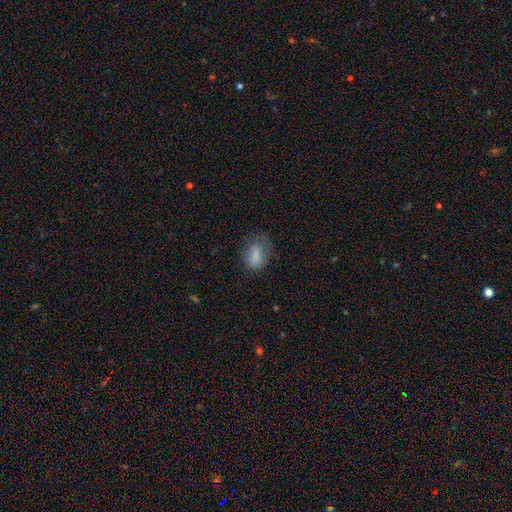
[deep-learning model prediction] A smooth galaxy with no disk features (80%) that is in between round and cigar-shaped (82%).

Vote fractions:
- Smooth or featured? smooth: 80% / featured or disk: 11% / star or artifact: 9%
- How rounded? in between: 82% / round: 16% / cigar-shaped: 2%
- Merging? none: 53% / minor disturbance: 28% / major disturbance: 17% / merger: 2%